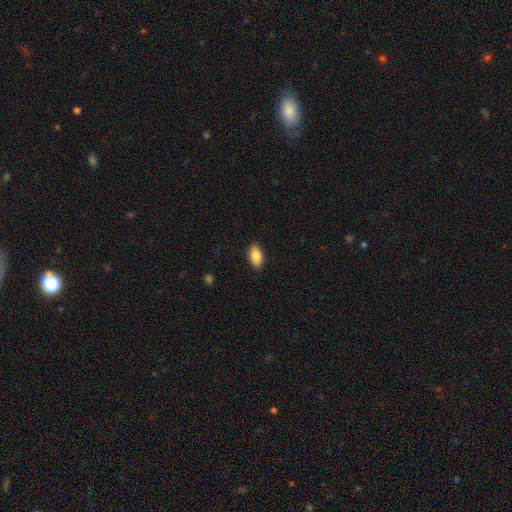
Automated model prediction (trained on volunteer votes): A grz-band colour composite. It shows a smooth galaxy with no disk features (85%) that is in between round and cigar-shaped (93%). Merging: none (89%).